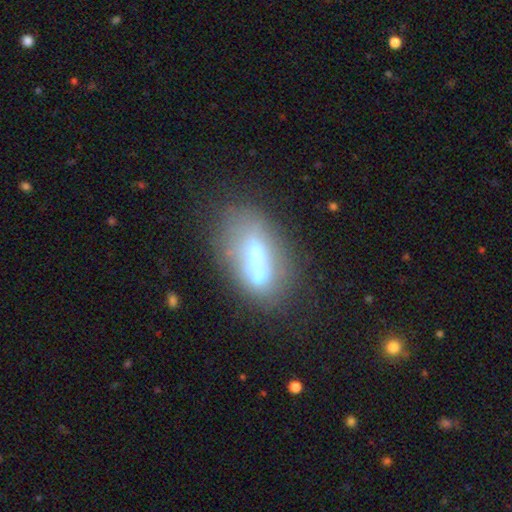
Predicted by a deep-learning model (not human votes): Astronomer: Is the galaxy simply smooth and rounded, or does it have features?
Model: smooth — 47% (runner-up: featured or disk, 40%).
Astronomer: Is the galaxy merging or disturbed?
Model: merger — 52% (runner-up: none, 28%).